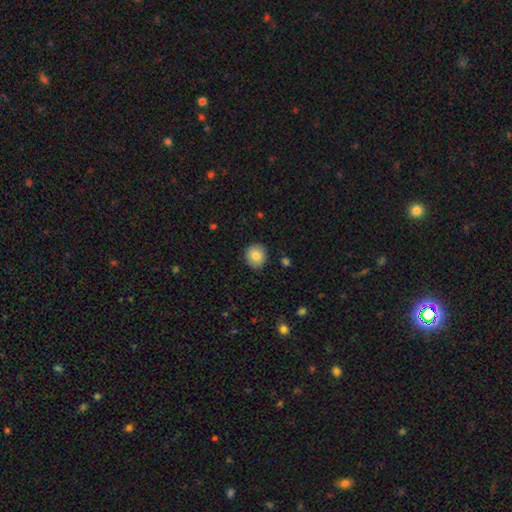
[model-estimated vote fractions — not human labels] smooth_or_featured: smooth (p=0.83) [alt: featured or disk p=0.09]
how_rounded: round (p=0.82) [alt: in between p=0.17]
merging: none (p=0.88) [alt: minor disturbance p=0.09]